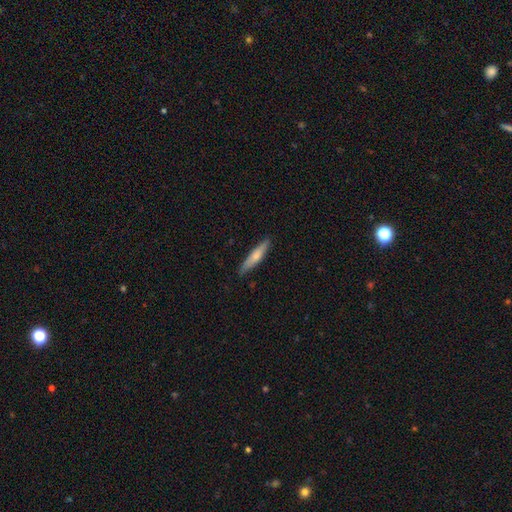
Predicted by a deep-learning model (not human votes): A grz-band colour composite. It shows a smooth galaxy with no disk features (64%) that is cigar-shaped (87%). Merging: none (86%).